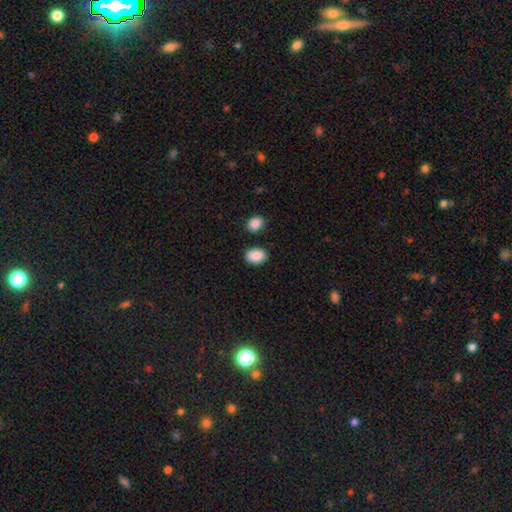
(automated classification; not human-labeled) Smooth or featured?
  - smooth: 90% *
  - star or artifact: 7%
  - featured or disk: 3%
How rounded?
  - in between: 76% *
  - round: 23%
  - cigar-shaped: 1%
Merging?
  - none: 84% *
  - minor disturbance: 9%
  - merger: 4%
  - major disturbance: 2%